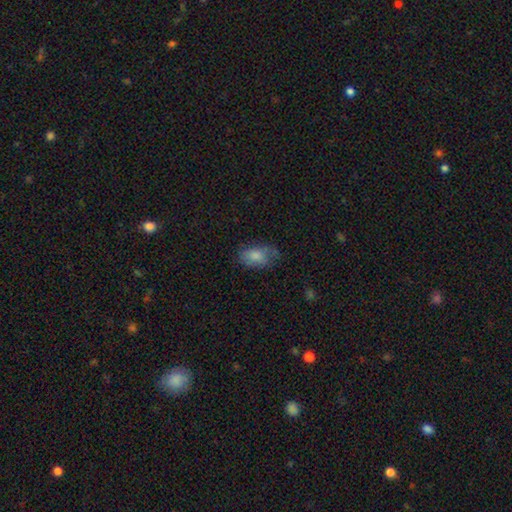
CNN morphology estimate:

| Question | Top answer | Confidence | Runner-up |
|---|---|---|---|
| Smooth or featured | smooth | 76% | featured or disk (15%) |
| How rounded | in between | 90% | round (8%) |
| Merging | none | 55% | minor disturbance (30%) |